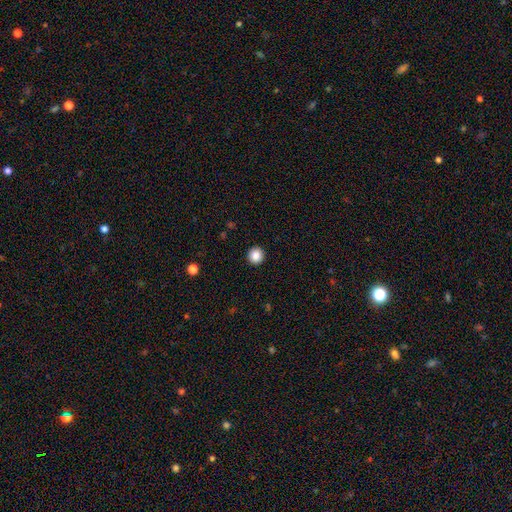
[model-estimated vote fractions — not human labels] This appears to be a smooth galaxy with no disk features (87%) that is round (95%). Merging: none (93%).